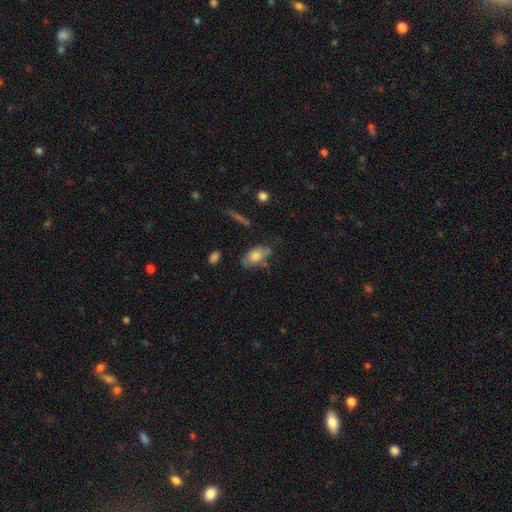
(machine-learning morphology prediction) This appears to be a smooth galaxy with no disk features (69%) that is in between round and cigar-shaped (89%). Merging: none (54%).